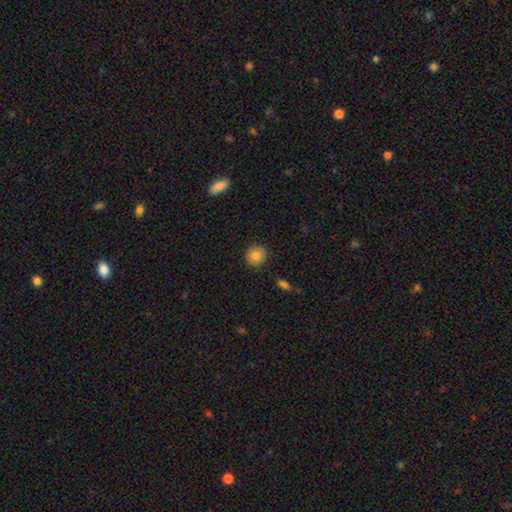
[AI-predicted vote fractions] Smooth or featured: smooth — 82% (featured or disk — 9%)
How rounded: round — 90% (in between — 9%)
Merging: none — 90% (minor disturbance — 7%)